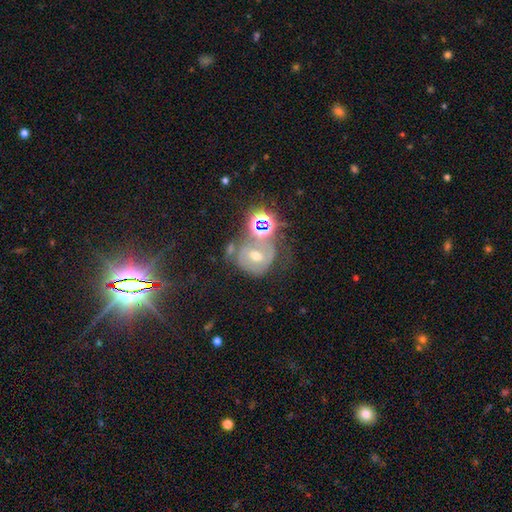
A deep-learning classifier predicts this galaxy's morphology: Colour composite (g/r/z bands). It shows a featured or disk galaxy (47%). Merging: none (41%).